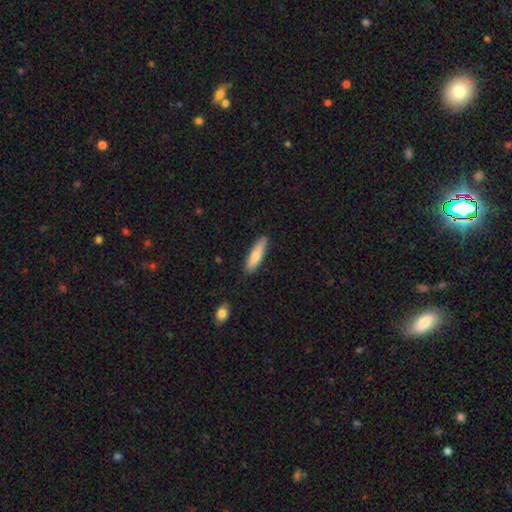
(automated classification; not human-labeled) smooth_or_featured: smooth (p=0.77) [alt: featured or disk p=0.18]
how_rounded: cigar-shaped (p=0.71) [alt: in between p=0.28]
merging: none (p=0.84) [alt: minor disturbance p=0.12]